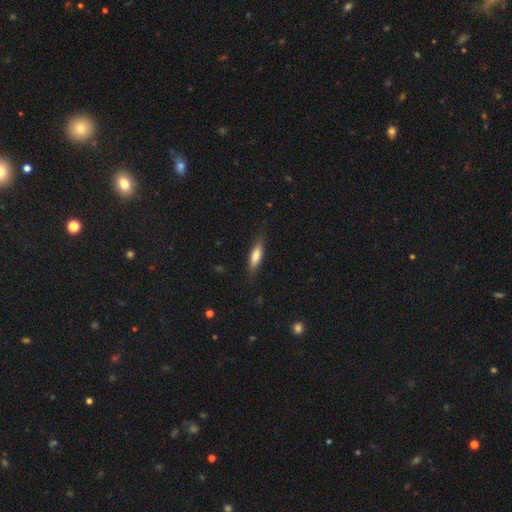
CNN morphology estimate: The model was most divided on "how rounded": cigar-shaped: 60%, in between: 38%, round: 2%. More confident: merging — none (82%); smooth or featured — smooth (73%).